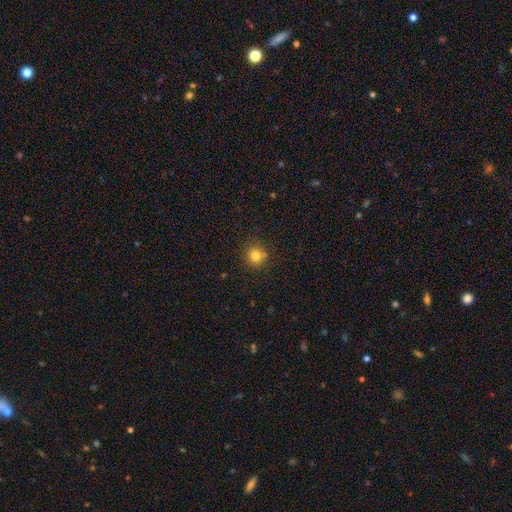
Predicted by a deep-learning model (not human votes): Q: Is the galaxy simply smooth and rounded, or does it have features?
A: smooth — 82%.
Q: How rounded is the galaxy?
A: round — 93%.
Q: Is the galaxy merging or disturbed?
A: none — 86%.